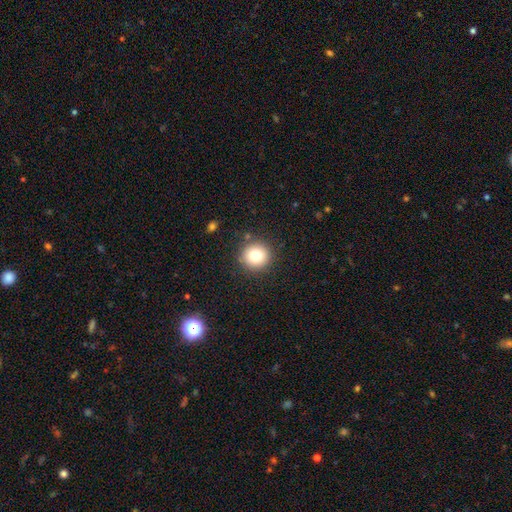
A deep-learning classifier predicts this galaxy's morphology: Smooth or featured? smooth (78%)
How rounded? round (94%)
Merging? none (89%)